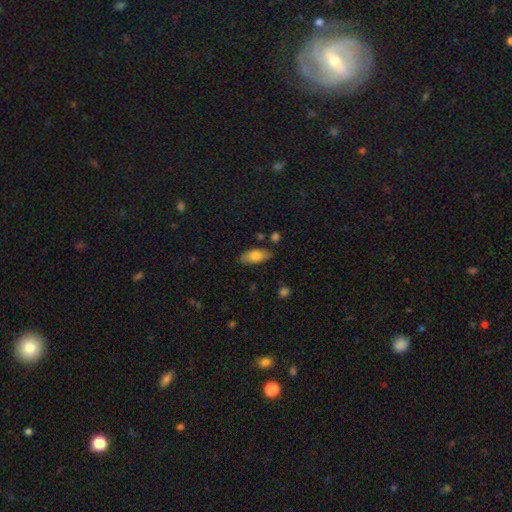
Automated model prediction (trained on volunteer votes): smooth 73%, featured or disk 20%, star or artifact 7%. Down the decision tree: how rounded — in between (86%); merging — none (80%).